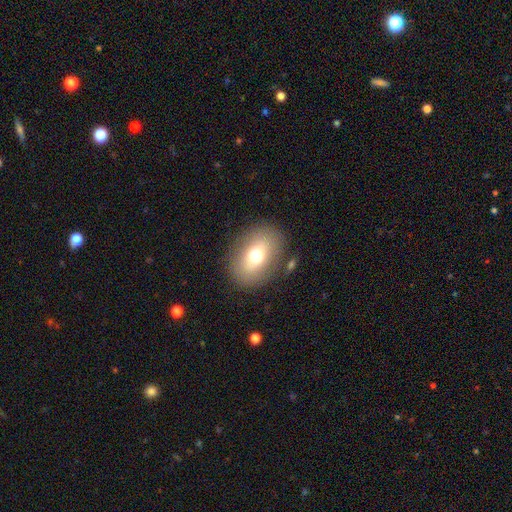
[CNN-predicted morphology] This appears to be a smooth galaxy with no disk features (69%) that is in between round and cigar-shaped (77%). Merging: none (83%).